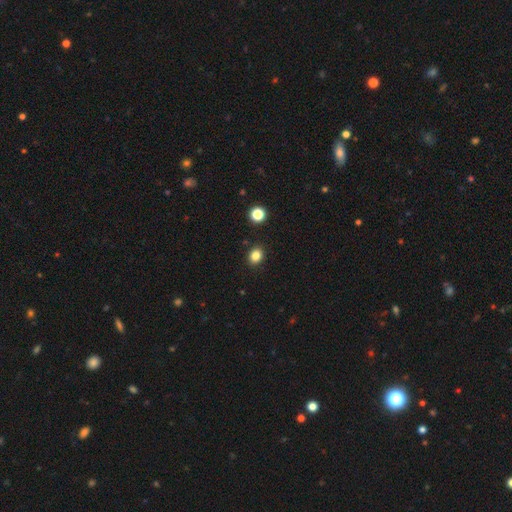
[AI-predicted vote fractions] Smooth or featured? Predicted: smooth (p=0.83). How rounded? Predicted: round (p=0.57). Merging? Predicted: none (p=0.88).